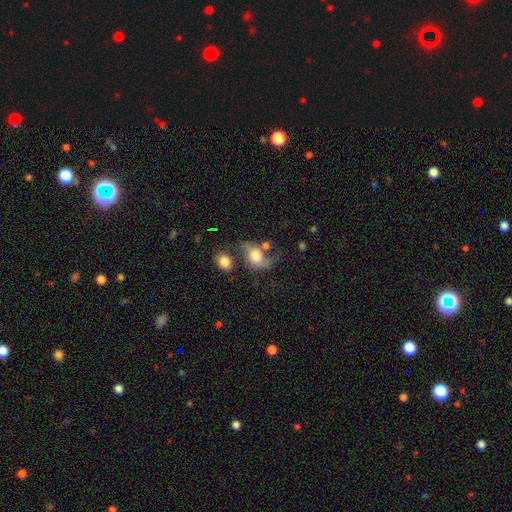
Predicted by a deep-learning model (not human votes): Overall: featured or disk (56%; smooth 35%). Edge-on disk: no (95%). Bar: no (68%). Spiral arms: yes (83%). Bulge size: moderate (44%; large 40%). Merging: none (41%; minor disturbance 22%).